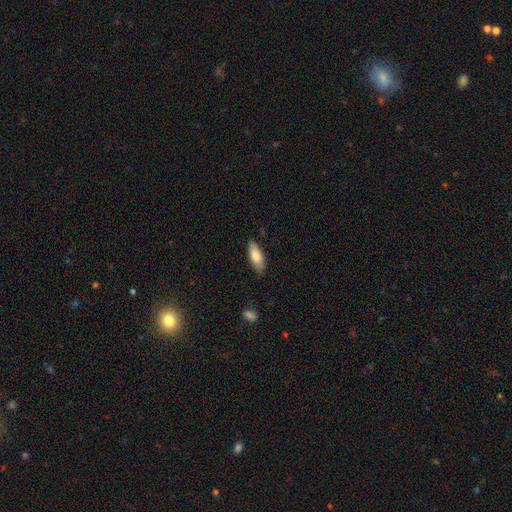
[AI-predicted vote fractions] smooth-or-featured: smooth: 78% | featured or disk: 16% | star or artifact: 6%
  how-rounded: in between: 71% | cigar-shaped: 28% | round: 2%
  merging: none: 83% | minor disturbance: 14% | major disturbance: 2% | merger: 1%